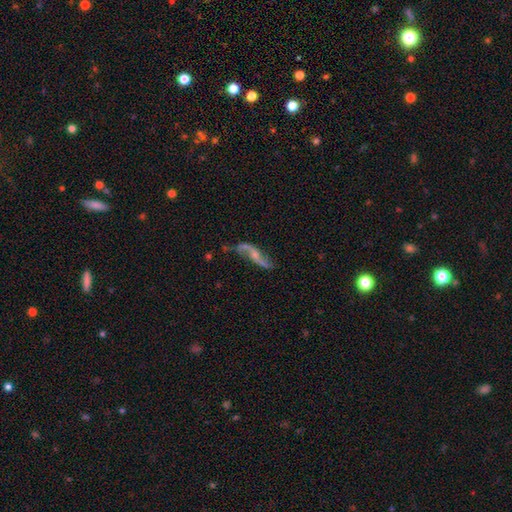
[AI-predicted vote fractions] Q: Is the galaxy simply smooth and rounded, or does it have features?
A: featured or disk — 84%.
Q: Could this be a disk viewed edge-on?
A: no — 89%.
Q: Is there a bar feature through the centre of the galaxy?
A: no — 53%.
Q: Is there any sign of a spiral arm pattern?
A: yes — 93%.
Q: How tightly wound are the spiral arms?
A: loose — 91%.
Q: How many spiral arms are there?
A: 2 — 92%.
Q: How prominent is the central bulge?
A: small — 53%.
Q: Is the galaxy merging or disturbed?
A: none — 63%.